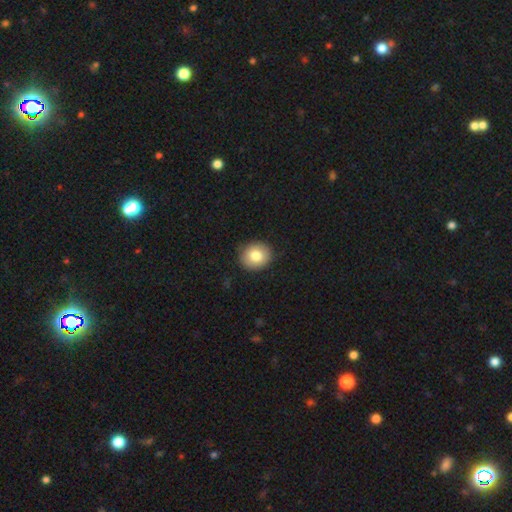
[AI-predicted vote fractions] Overall: smooth (80%). How rounded: round (76%). Merging: none (88%).